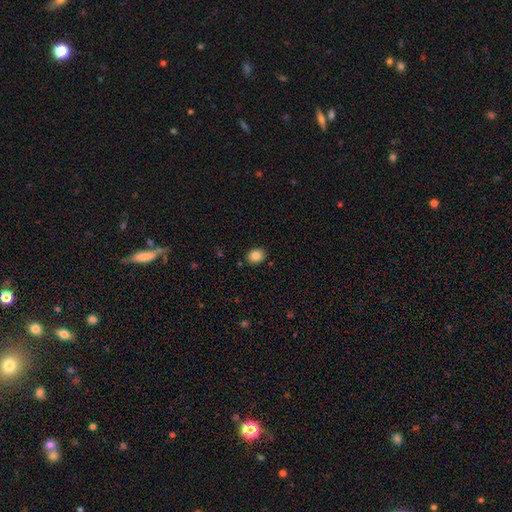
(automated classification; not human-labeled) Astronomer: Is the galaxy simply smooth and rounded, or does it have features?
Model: smooth — 85%.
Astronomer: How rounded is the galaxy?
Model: round — 55% (runner-up: in between, 44%).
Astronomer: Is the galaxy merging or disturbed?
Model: none — 88%.